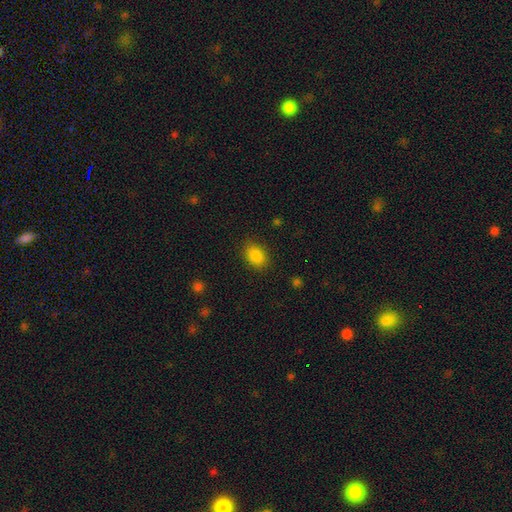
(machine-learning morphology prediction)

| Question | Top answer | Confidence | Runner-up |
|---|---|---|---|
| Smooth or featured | smooth | 86% | star or artifact (10%) |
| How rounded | in between | 76% | round (22%) |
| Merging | none | 86% | minor disturbance (10%) |